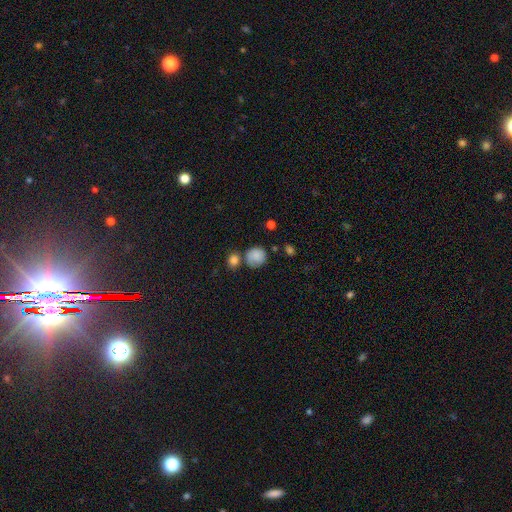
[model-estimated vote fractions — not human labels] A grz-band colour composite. It shows a smooth galaxy with no disk features (80%) that is round (78%). Merging: none (50%).